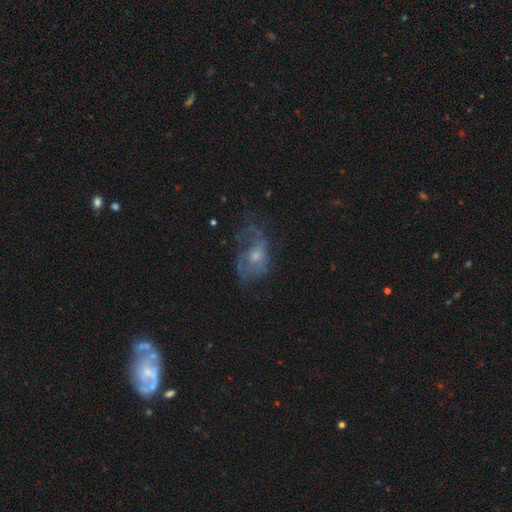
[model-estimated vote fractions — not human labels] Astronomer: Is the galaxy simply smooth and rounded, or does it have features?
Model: featured or disk — 60%.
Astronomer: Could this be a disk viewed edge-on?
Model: no — 95%.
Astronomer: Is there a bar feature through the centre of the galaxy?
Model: no — 74%.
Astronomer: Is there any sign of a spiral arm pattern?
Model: yes — 61% (runner-up: no, 39%).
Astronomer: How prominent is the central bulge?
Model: moderate — 50% (runner-up: small, 37%).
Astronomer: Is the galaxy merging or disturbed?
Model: none — 41% (runner-up: major disturbance, 32%).